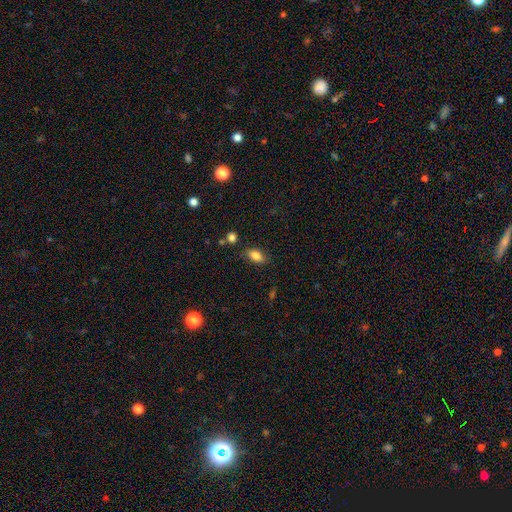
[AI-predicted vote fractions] Smooth or featured?
  - smooth: 81% *
  - featured or disk: 10%
  - star or artifact: 9%
How rounded?
  - in between: 86% *
  - round: 9%
  - cigar-shaped: 5%
Merging?
  - none: 76% *
  - minor disturbance: 17%
  - major disturbance: 4%
  - merger: 3%